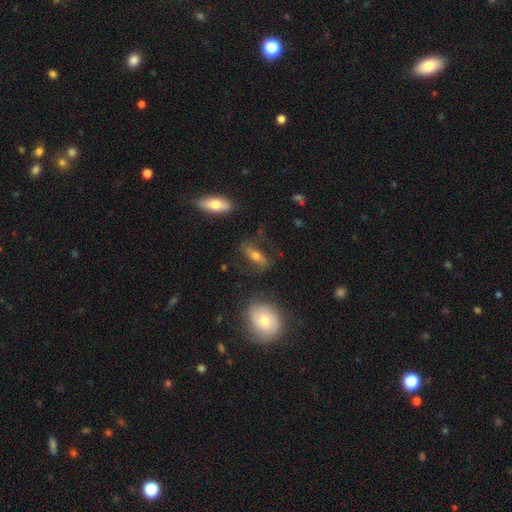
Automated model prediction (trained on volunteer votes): A featured or disk galaxy (57%).

Vote fractions:
- Smooth or featured? featured or disk: 57% / smooth: 33% / star or artifact: 10%
- Edge-on disk? no: 75% / yes: 25%
- Merging? none: 69% / minor disturbance: 18% / major disturbance: 10% / merger: 3%